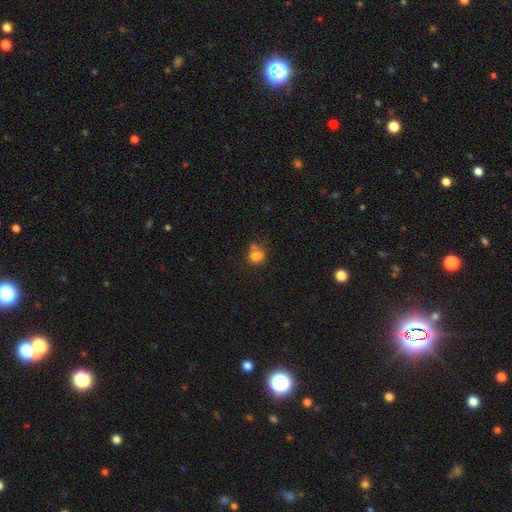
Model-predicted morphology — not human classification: A smooth galaxy with no disk features (74%) that is round (63%). Merging: none (41%).